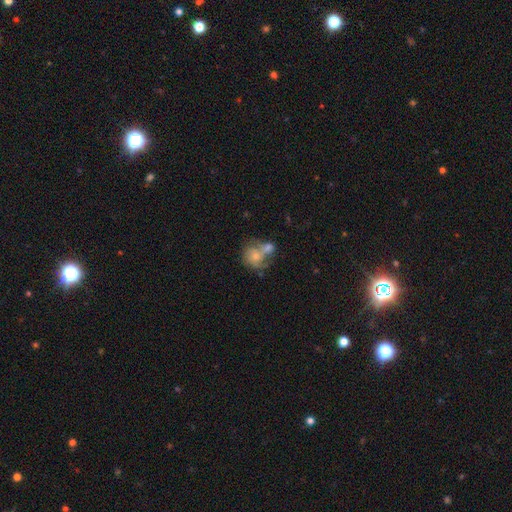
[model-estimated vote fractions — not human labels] Q: Smooth or featured?
A: featured or disk (45%); runner-up: smooth (42%)
Q: Merging?
A: merger (48%); runner-up: none (32%)